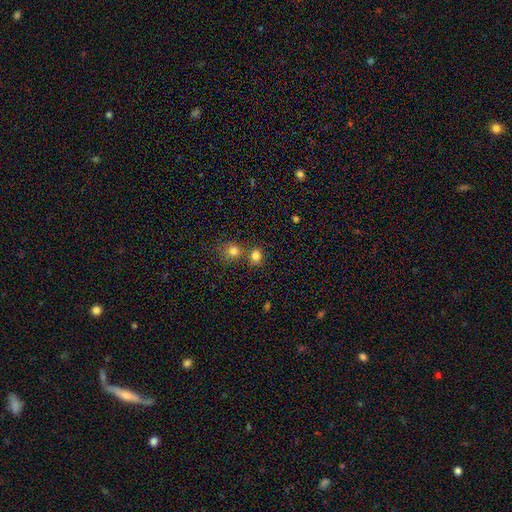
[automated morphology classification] smooth-or-featured: smooth: 80% | star or artifact: 14% | featured or disk: 6%
  how-rounded: round: 77% | in between: 22% | cigar-shaped: 1%
  merging: none: 61% | merger: 28% | minor disturbance: 8% | major disturbance: 3%